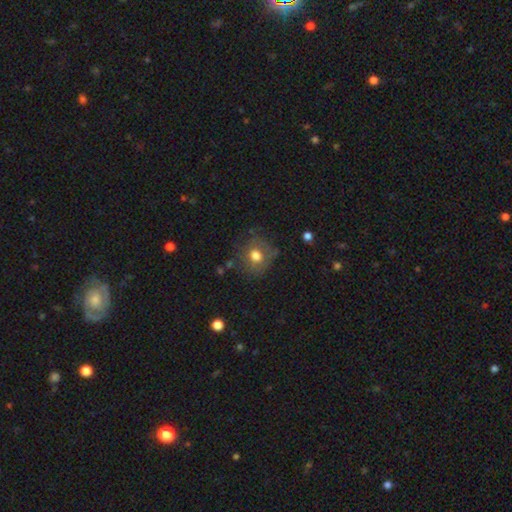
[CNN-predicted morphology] A smooth galaxy with no disk features (69%) that is round (79%). Merging: none (66%).